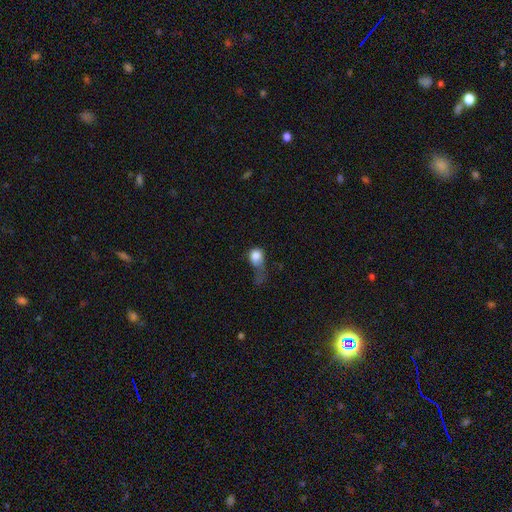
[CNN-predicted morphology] Smooth or featured? Predicted: smooth (p=0.76). How rounded? Predicted: round (p=0.63). Merging? Predicted: major disturbance (p=0.57).